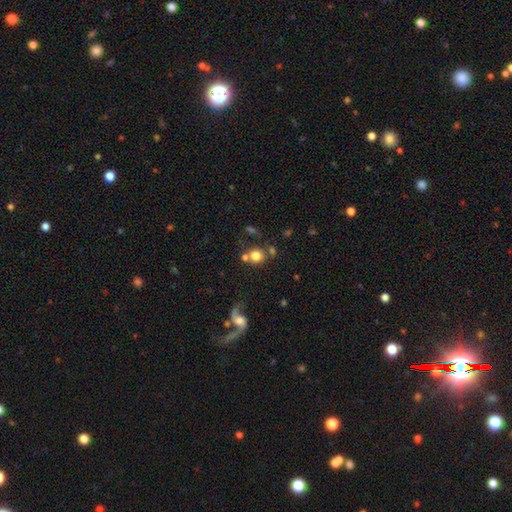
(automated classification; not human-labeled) Q: Smooth or featured?
A: smooth (76%); runner-up: featured or disk (12%)
Q: How rounded?
A: round (87%); runner-up: in between (12%)
Q: Merging?
A: none (62%); runner-up: merger (22%)